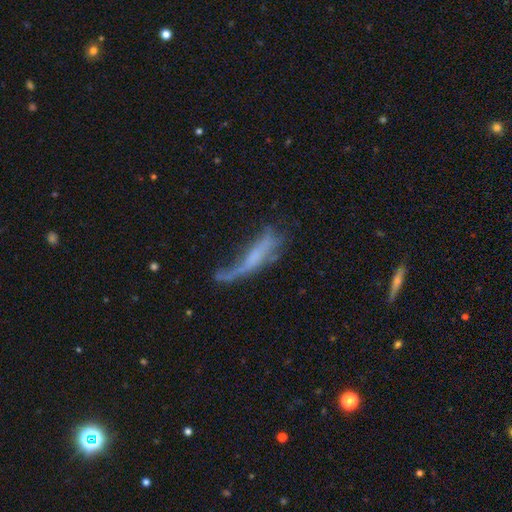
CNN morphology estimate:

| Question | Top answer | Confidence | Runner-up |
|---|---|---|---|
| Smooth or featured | featured or disk | 49% | smooth (40%) |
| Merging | major disturbance | 43% | none (24%) |